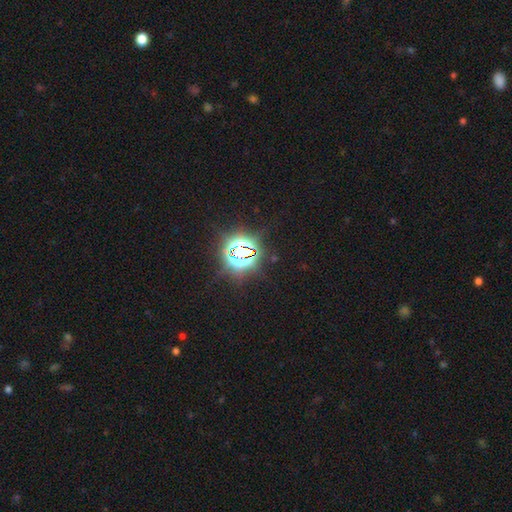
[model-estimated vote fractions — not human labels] Smooth or featured?
  - star or artifact: 85% *
  - smooth: 10%
  - featured or disk: 5%